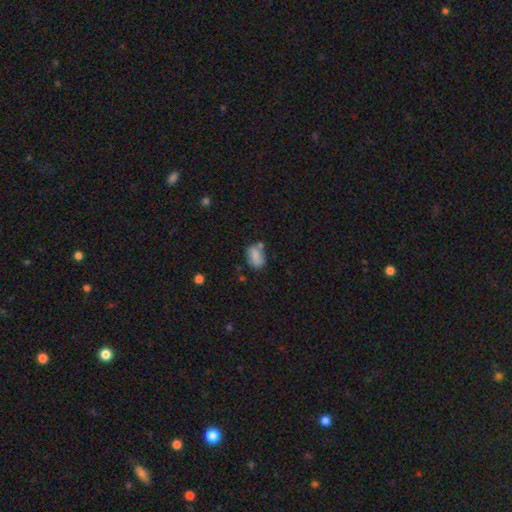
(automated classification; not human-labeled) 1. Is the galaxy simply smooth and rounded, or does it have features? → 74% smooth, 17% featured or disk, 9% star or artifact.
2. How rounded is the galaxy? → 81% in between, 17% round, 2% cigar-shaped.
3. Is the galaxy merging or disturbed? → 57% none, 22% minor disturbance, 15% merger, 6% major disturbance.